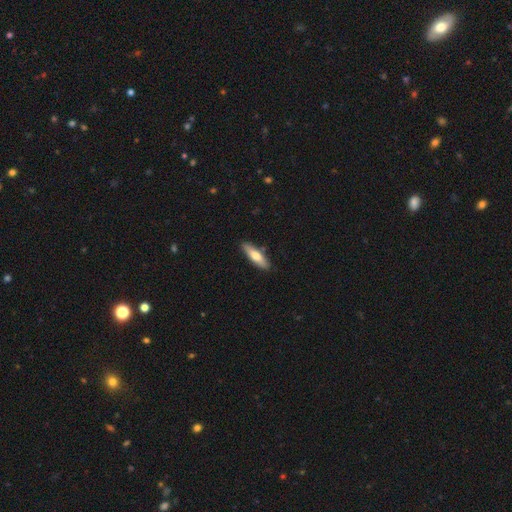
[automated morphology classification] A smooth galaxy with no disk features (64%) that is cigar-shaped (63%). Merging: none (86%).